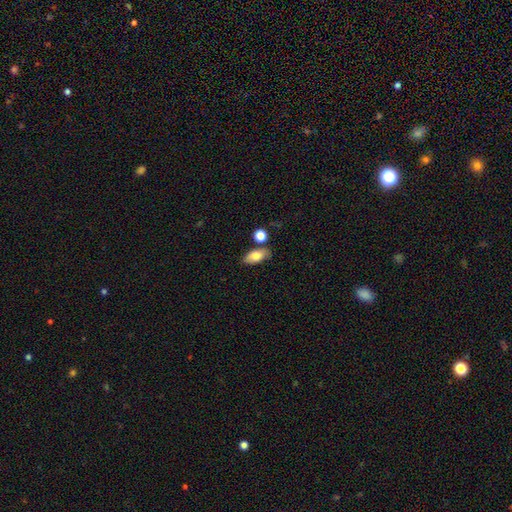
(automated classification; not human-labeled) A smooth galaxy with no disk features (79%) that is in between round and cigar-shaped (87%). Merging: none (74%).